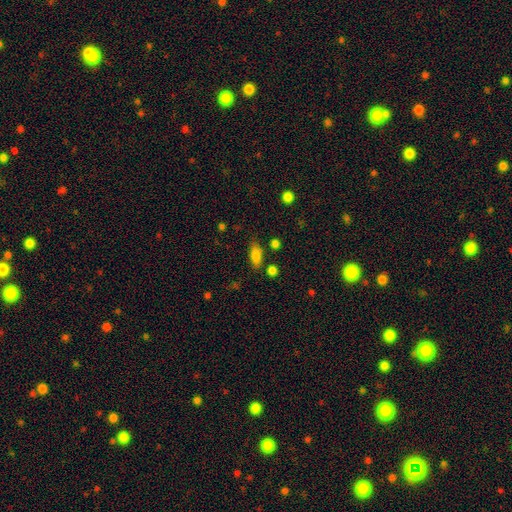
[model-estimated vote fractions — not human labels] This appears to be a smooth galaxy with no disk features (81%) that is in between round and cigar-shaped (76%). Merging: none (73%).